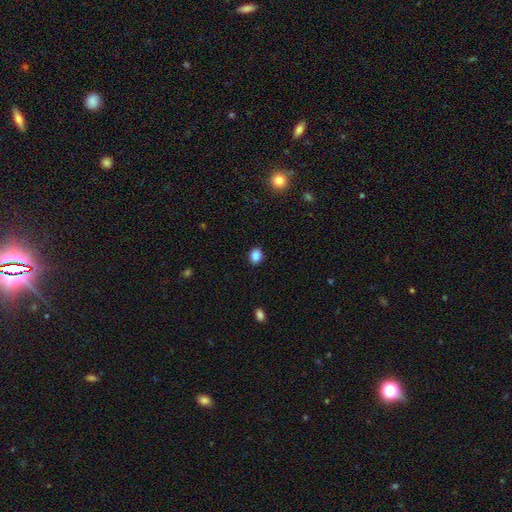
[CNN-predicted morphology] The model was most divided on "how rounded": round: 72%, in between: 27%, cigar-shaped: 1%. More confident: merging — none (89%); smooth or featured — smooth (86%).